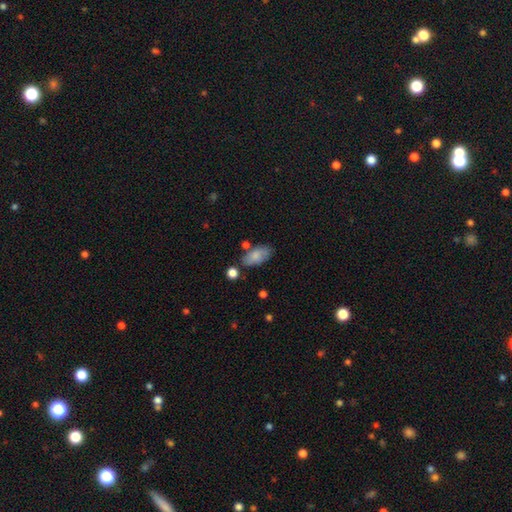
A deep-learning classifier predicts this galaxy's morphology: Smooth or featured?
  - smooth: 80% *
  - featured or disk: 13%
  - star or artifact: 7%
How rounded?
  - in between: 93% *
  - cigar-shaped: 4%
  - round: 3%
Merging?
  - none: 67% *
  - minor disturbance: 20%
  - merger: 8%
  - major disturbance: 5%